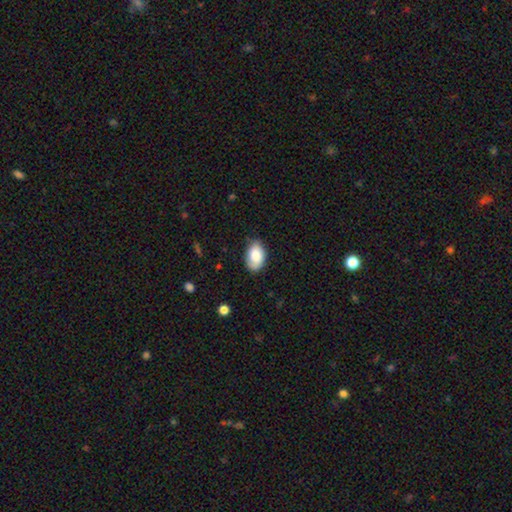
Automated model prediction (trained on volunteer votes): The model was most divided on "merging": none: 77%, minor disturbance: 19%, major disturbance: 3%, merger: 1%. More confident: how rounded — in between (92%); smooth or featured — smooth (82%).